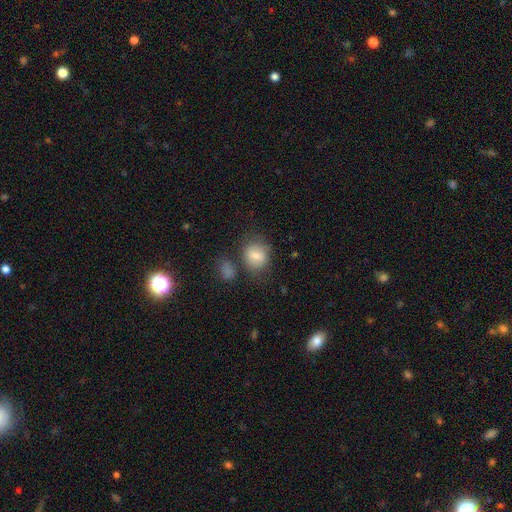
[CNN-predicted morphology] Overall: smooth (78%). How rounded: round (59%; in between 40%). Merging: none (63%).